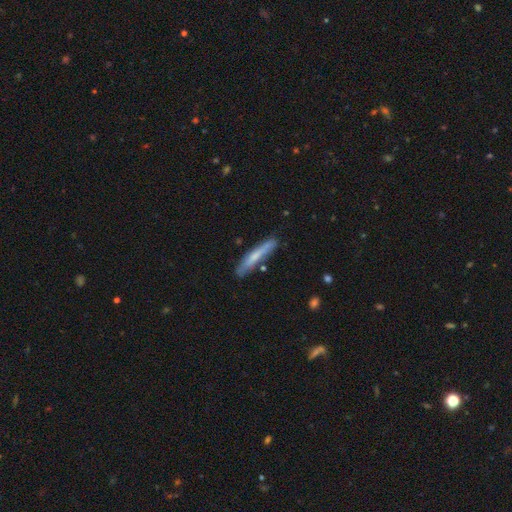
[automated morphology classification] smooth-or-featured: smooth: 61% | featured or disk: 33% | star or artifact: 6%
  how-rounded: cigar-shaped: 92% | in between: 7% | round: 1%
  merging: none: 76% | minor disturbance: 17% | merger: 3% | major disturbance: 3%